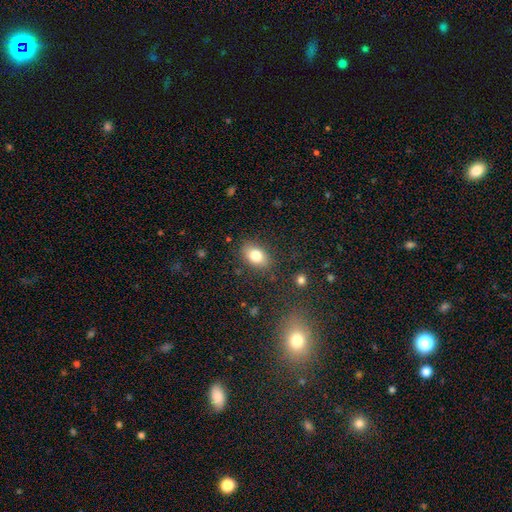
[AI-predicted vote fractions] This appears to be a smooth galaxy with no disk features (81%) that is in between round and cigar-shaped (81%). Merging: none (83%).